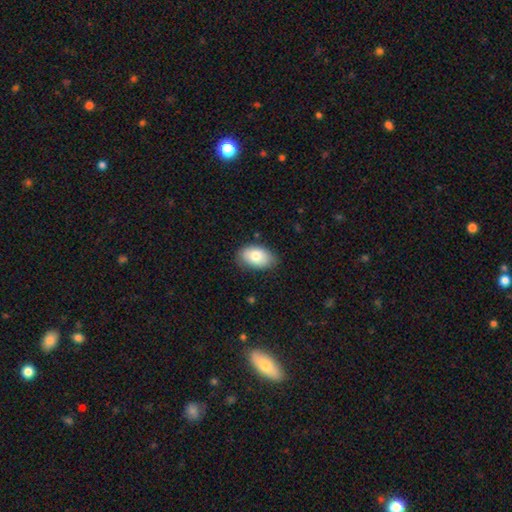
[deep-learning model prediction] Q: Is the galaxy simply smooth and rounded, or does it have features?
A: smooth — 78%.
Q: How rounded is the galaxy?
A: in between — 91%.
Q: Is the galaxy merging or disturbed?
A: none — 79%.